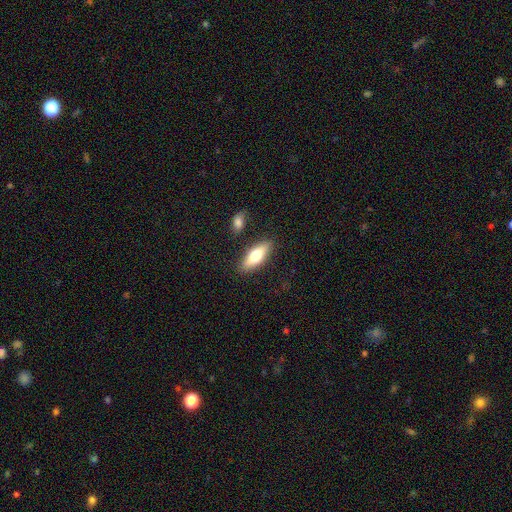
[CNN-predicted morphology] Q: Smooth or featured?
A: smooth (65%); runner-up: featured or disk (29%)
Q: How rounded?
A: in between (59%); runner-up: cigar-shaped (38%)
Q: Merging?
A: none (84%); runner-up: minor disturbance (9%)